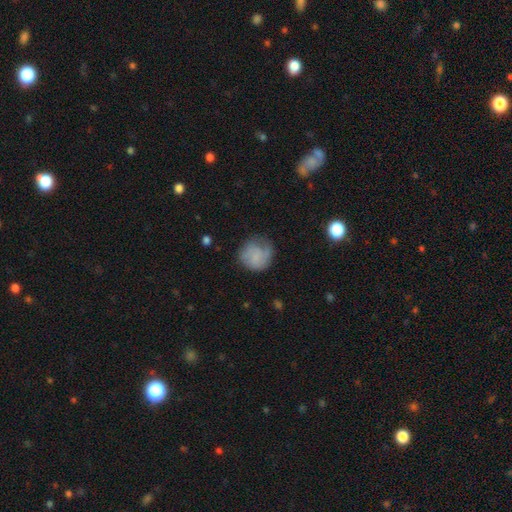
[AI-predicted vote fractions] Smooth or featured?
  - smooth: 65% *
  - featured or disk: 27%
  - star or artifact: 8%
How rounded?
  - round: 87% *
  - in between: 12%
  - cigar-shaped: 1%
Merging?
  - none: 57% *
  - minor disturbance: 27%
  - major disturbance: 14%
  - merger: 2%